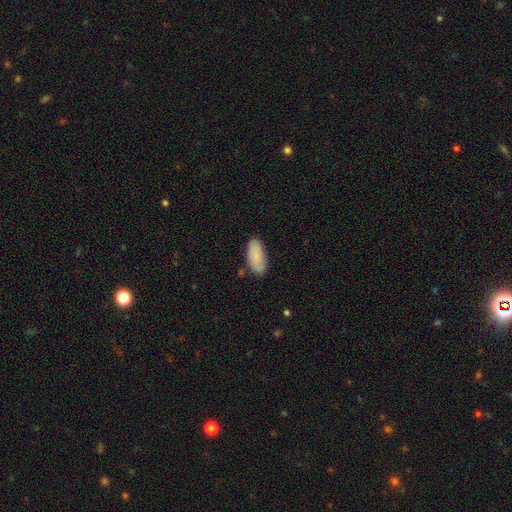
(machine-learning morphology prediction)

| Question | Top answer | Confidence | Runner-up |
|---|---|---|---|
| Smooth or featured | smooth | 81% | featured or disk (13%) |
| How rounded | in between | 89% | cigar-shaped (9%) |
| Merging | none | 80% | minor disturbance (15%) |